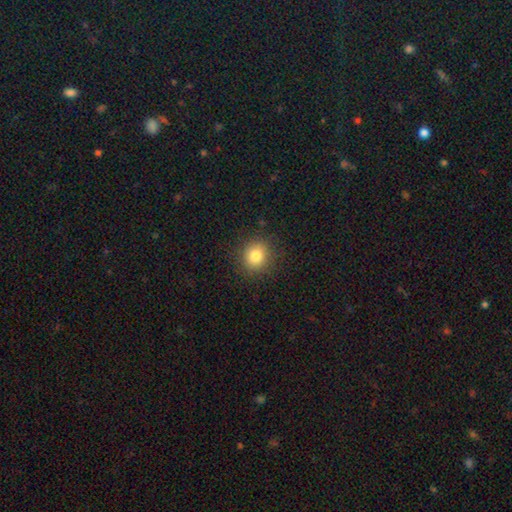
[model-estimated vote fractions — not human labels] Morphology: type=smooth (82%); roundness=round (82%); merging=none (88%).